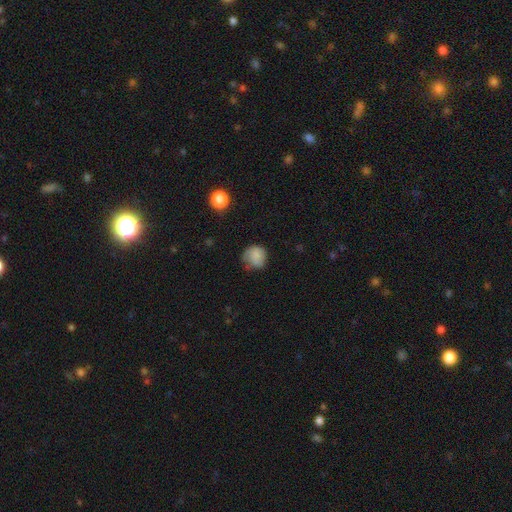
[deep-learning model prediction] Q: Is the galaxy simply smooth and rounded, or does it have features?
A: smooth — 79%.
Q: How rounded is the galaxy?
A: round — 80%.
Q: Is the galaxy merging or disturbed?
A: none — 53%.